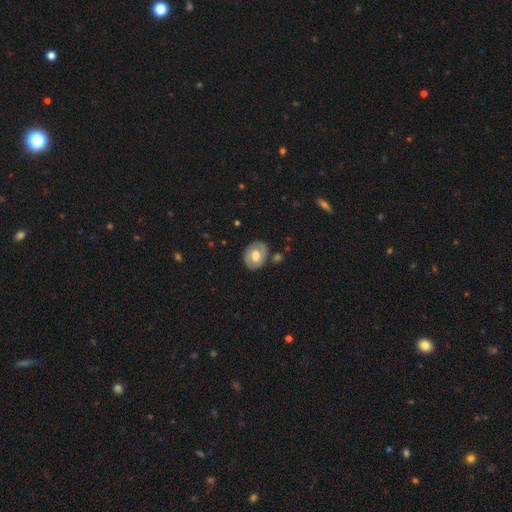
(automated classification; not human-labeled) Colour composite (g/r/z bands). It shows a smooth galaxy with no disk features (50%) that is in between round and cigar-shaped (59%). Merging: none (77%).